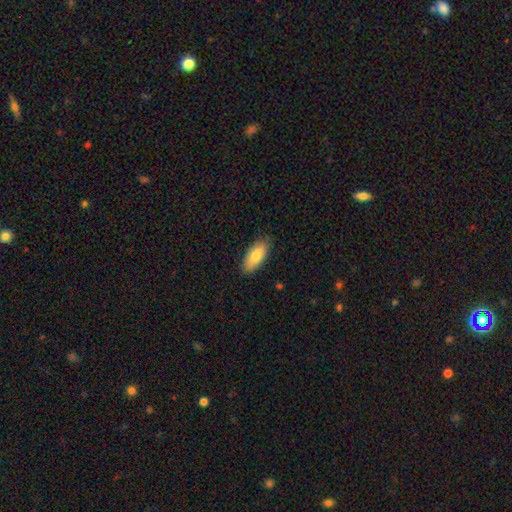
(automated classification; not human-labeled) This appears to be a smooth galaxy with no disk features (79%) that is in between round and cigar-shaped (83%). Merging: none (86%).